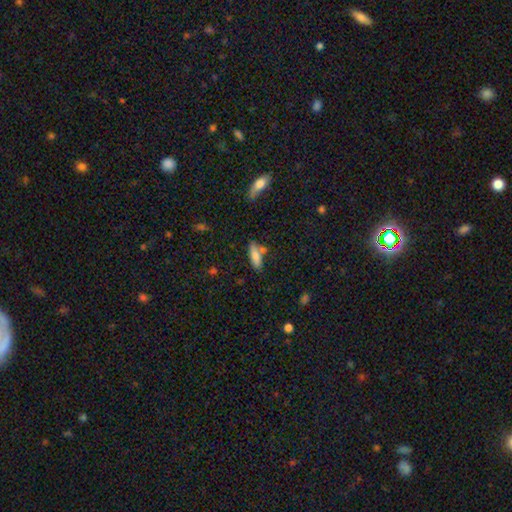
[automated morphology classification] The model was most divided on "how rounded": in between: 50%, cigar-shaped: 48%, round: 2%. More confident: smooth or featured — smooth (77%); merging — none (62%).